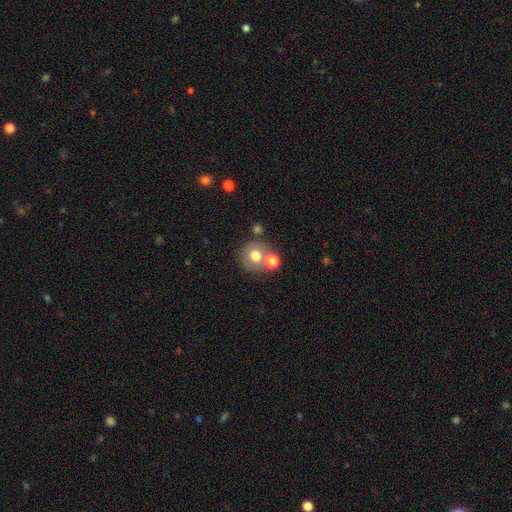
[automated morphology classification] Smooth or featured? smooth (72%)
How rounded? round (87%)
Merging? none (58%)